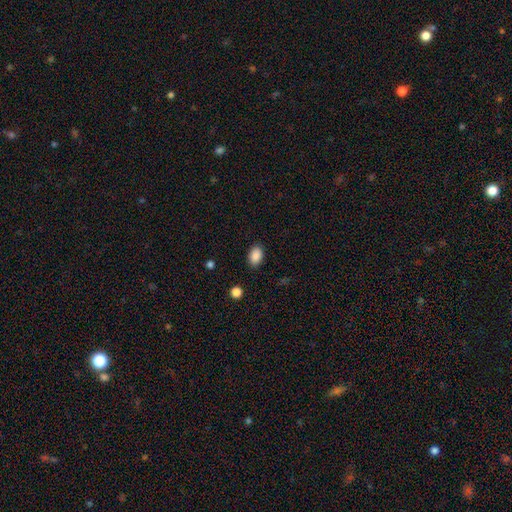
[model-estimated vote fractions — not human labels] The model was most divided on "how rounded": in between: 84%, round: 15%, cigar-shaped: 1%. More confident: smooth or featured — smooth (89%); merging — none (88%).